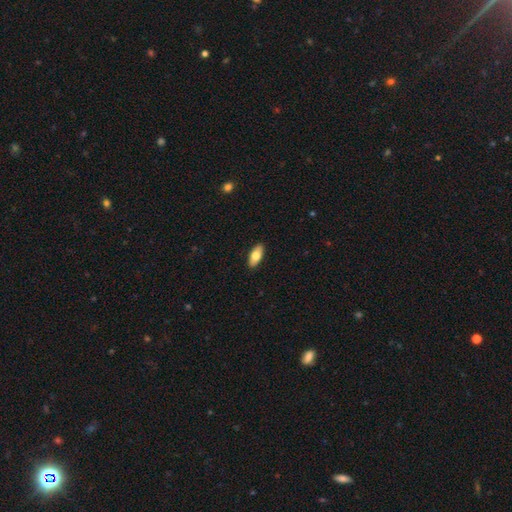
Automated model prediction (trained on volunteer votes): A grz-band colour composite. It shows a smooth galaxy with no disk features (74%) that is in between round and cigar-shaped (85%). Merging: none (90%).